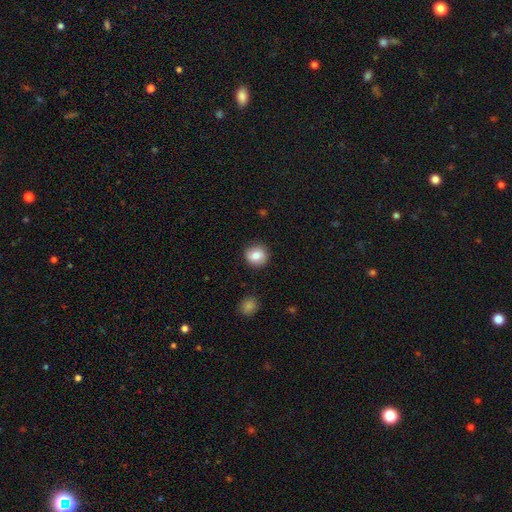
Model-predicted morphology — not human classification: The model was most divided on "smooth or featured": smooth: 83%, star or artifact: 9%, featured or disk: 8%. More confident: how rounded — round (88%); merging — none (87%).